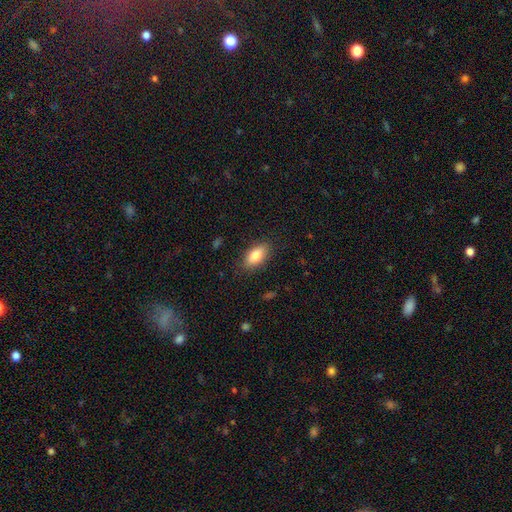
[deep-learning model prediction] Smooth or featured: smooth — 82% (featured or disk — 11%)
How rounded: in between — 90% (cigar-shaped — 6%)
Merging: none — 86% (minor disturbance — 11%)